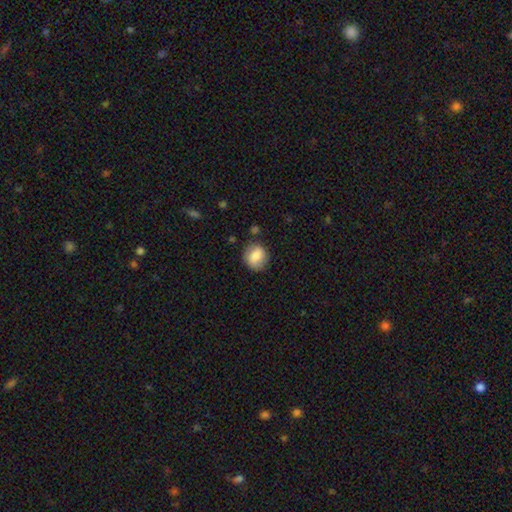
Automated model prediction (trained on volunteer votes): Smooth or featured? Predicted: smooth (p=0.80). How rounded? Predicted: round (p=0.74). Merging? Predicted: none (p=0.79).